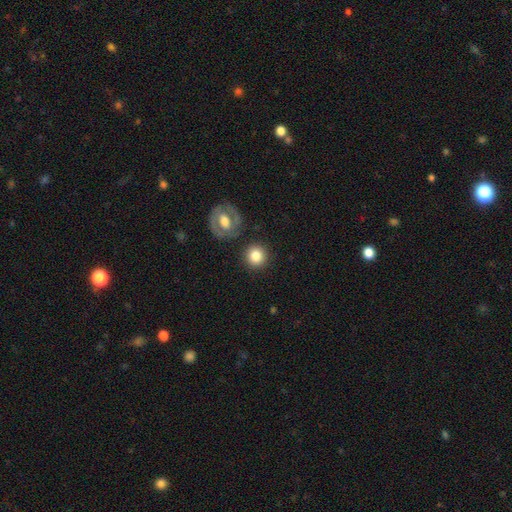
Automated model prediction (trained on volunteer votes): smooth-or-featured: smooth: 80% | featured or disk: 11% | star or artifact: 9%
  how-rounded: round: 92% | in between: 7% | cigar-shaped: 1%
  merging: none: 85% | minor disturbance: 8% | merger: 5% | major disturbance: 3%